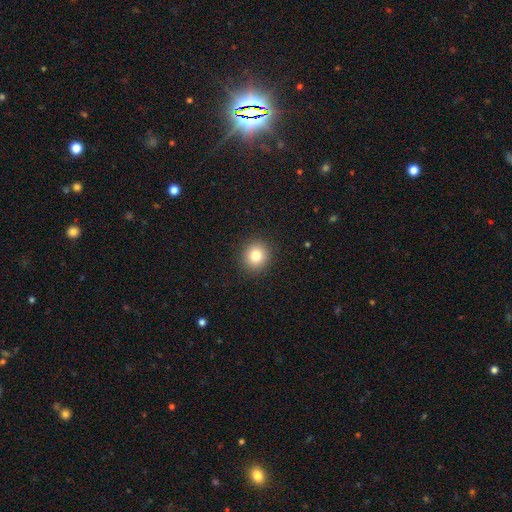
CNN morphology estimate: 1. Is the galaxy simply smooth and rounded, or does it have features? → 81% smooth, 11% star or artifact, 8% featured or disk.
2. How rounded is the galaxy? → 90% round, 10% in between, 1% cigar-shaped.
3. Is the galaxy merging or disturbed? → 92% none, 5% minor disturbance, 2% major disturbance, 1% merger.